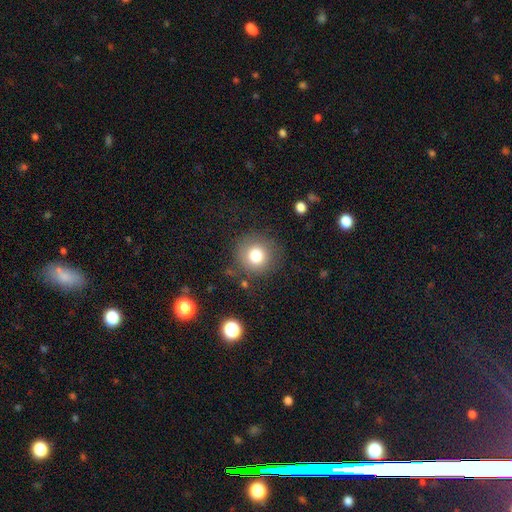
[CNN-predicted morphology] This is likely a smooth galaxy (77%). How rounded: clearly round (93%). Merging: clearly none (82%).